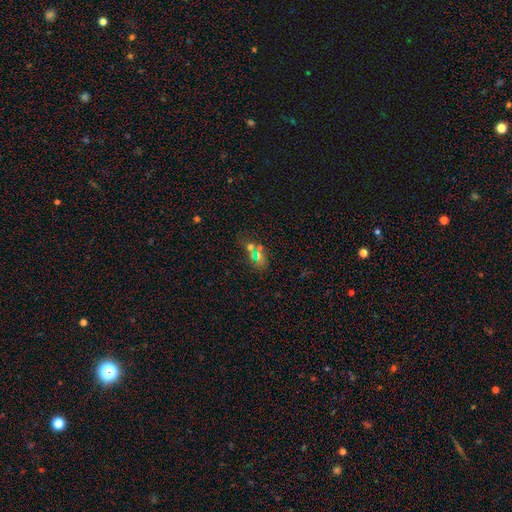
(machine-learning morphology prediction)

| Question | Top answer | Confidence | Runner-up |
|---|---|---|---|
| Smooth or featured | smooth | 41% | star or artifact (40%) |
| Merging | none | 52% | merger (28%) |